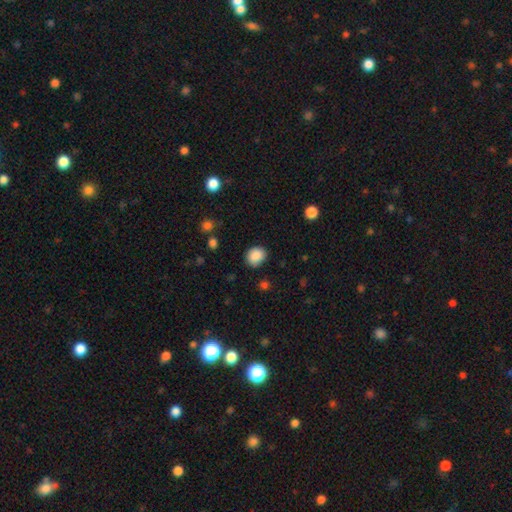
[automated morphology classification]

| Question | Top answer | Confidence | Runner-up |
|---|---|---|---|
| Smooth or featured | smooth | 88% | star or artifact (8%) |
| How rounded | round | 64% | in between (35%) |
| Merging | none | 84% | minor disturbance (12%) |